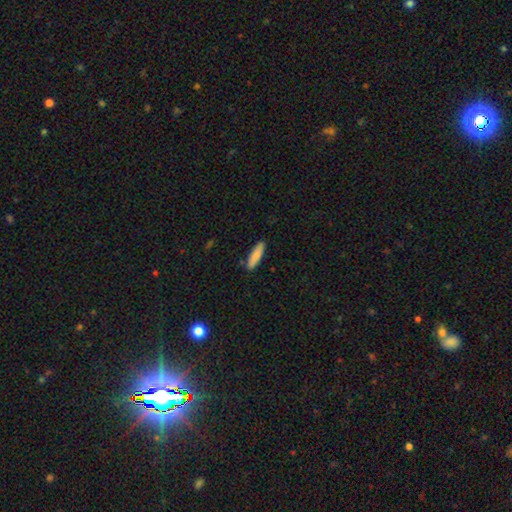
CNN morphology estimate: The model was most divided on "how rounded": cigar-shaped: 68%, in between: 30%, round: 2%. More confident: merging — none (88%); smooth or featured — smooth (83%).